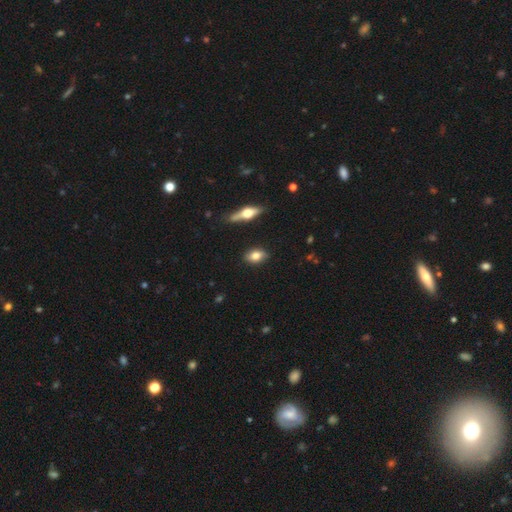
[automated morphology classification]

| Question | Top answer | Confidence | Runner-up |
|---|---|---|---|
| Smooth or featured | smooth | 73% | featured or disk (19%) |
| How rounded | in between | 81% | round (14%) |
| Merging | none | 86% | minor disturbance (10%) |